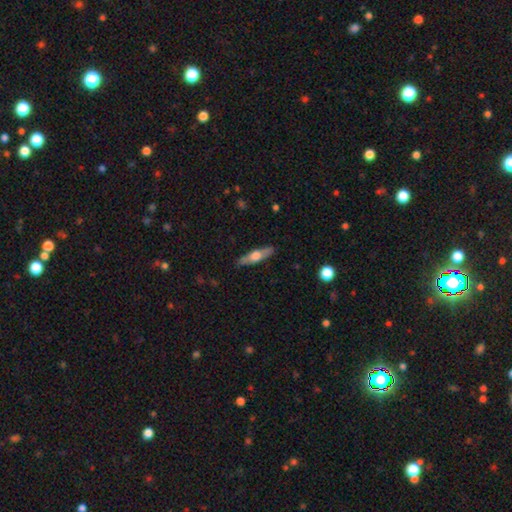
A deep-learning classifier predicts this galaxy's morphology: Q: Smooth or featured?
A: featured or disk (49%); runner-up: smooth (45%)
Q: Merging?
A: none (87%); runner-up: minor disturbance (10%)